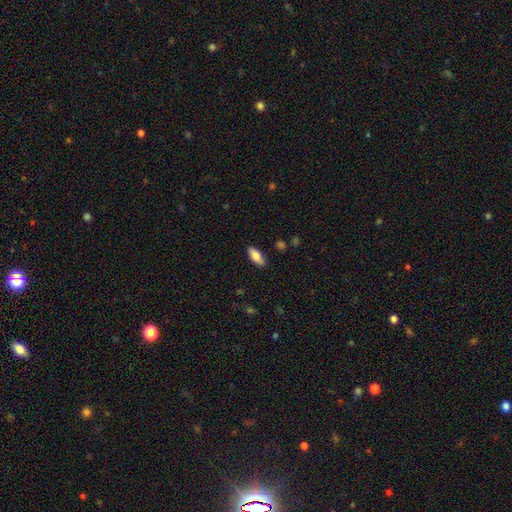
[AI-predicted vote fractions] smooth 79%, featured or disk 15%, star or artifact 6%. Down the decision tree: how rounded — in between (82%); merging — none (86%).